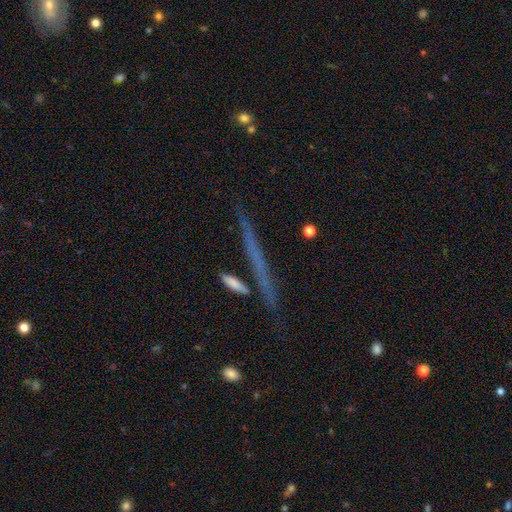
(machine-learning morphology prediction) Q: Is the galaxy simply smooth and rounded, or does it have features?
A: featured or disk — 56%.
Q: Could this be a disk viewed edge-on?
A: yes — 95%.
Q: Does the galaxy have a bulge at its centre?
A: none — 82%.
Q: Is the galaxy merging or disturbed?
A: none — 85%.